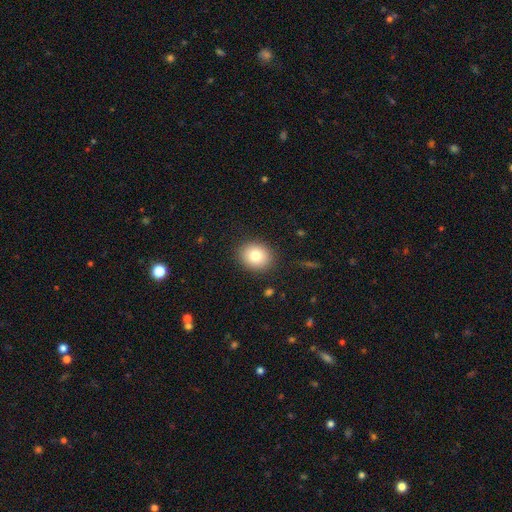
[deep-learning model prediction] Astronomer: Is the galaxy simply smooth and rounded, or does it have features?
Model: smooth — 80%.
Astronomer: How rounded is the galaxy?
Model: round — 68%.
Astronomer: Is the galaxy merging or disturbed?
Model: none — 89%.